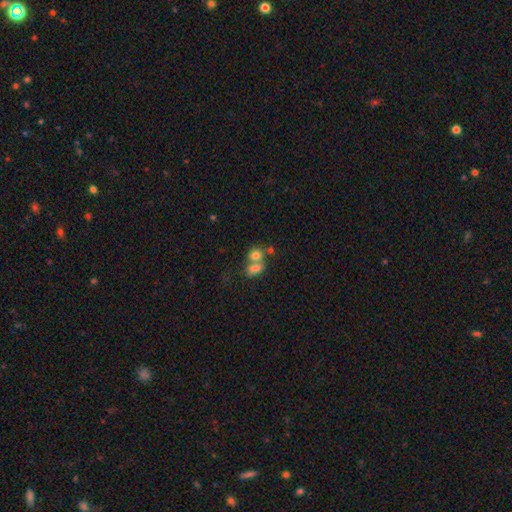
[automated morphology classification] Smooth or featured? smooth (74%)
How rounded? round (53%)
Merging? merger (62%)